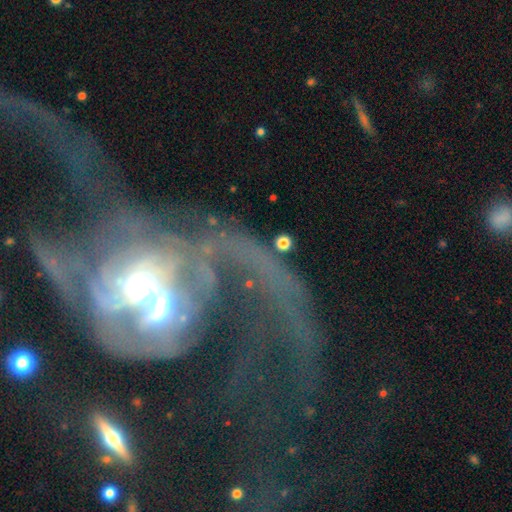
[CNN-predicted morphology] featured or disk 69%, smooth 17%, star or artifact 14%. Down the decision tree: edge-on disk — no (94%); bar — no (63%); spiral arms — yes (60%); bulge size — moderate (58%); merging — major disturbance (44%).